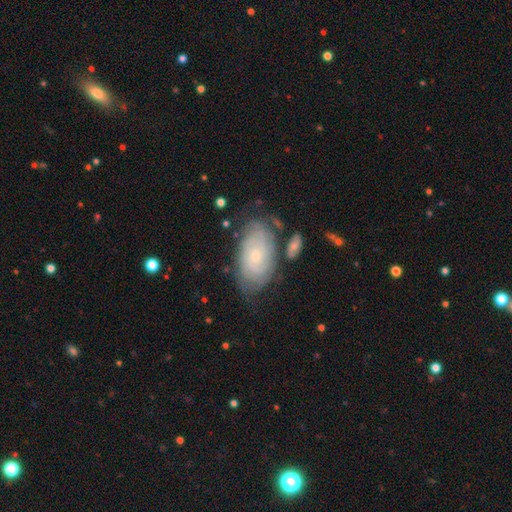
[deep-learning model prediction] Smooth or featured?
  - featured or disk: 70% *
  - smooth: 23%
  - star or artifact: 7%
Edge-on disk?
  - no: 95% *
  - yes: 5%
Bar?
  - no: 79% *
  - weak: 18%
  - strong: 3%
Spiral arms?
  - yes: 88% *
  - no: 12%
Spiral winding?
  - tight: 77% *
  - medium: 18%
  - loose: 6%
Spiral arm count?
  - can't tell: 55% *
  - 2: 19%
  - 3: 9%
  - 4: 8%
  - more than 4: 5%
  - 1: 4%
Bulge size?
  - small: 74% *
  - moderate: 22%
  - none: 2%
  - large: 1%
  - dominant: 1%
Merging?
  - none: 68% *
  - minor disturbance: 20%
  - major disturbance: 7%
  - merger: 5%